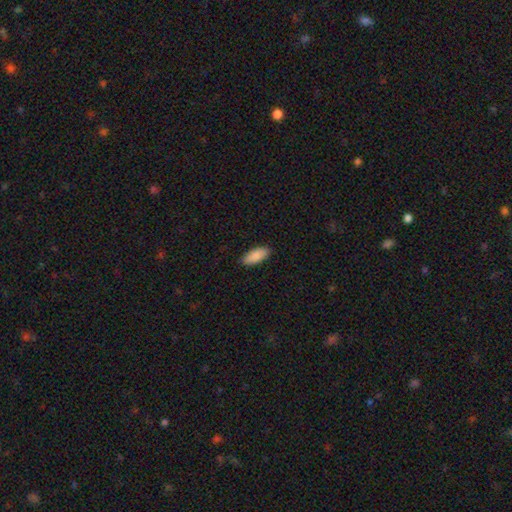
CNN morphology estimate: Smooth or featured? smooth (90%)
How rounded? in between (83%)
Merging? none (89%)